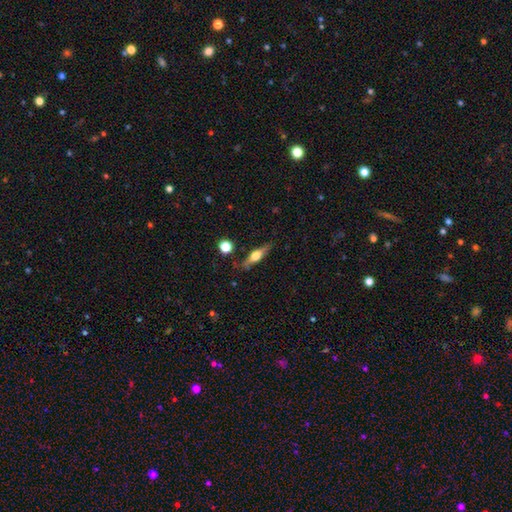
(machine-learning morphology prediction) This appears to be a featured or disk galaxy (58%) viewed edge-on (93%) with a rounded central bulge (92%). Merging: none (80%).